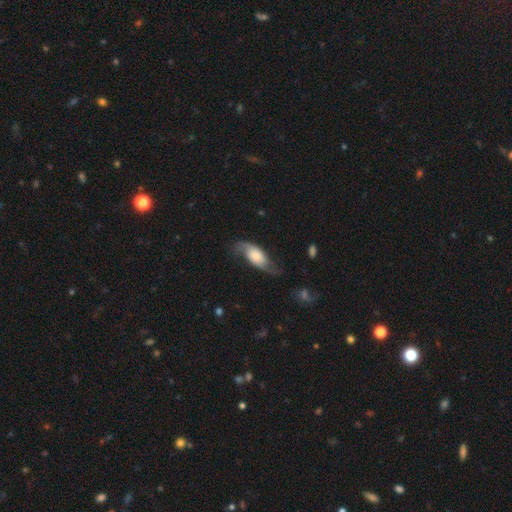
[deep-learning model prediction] Q: Smooth or featured?
A: featured or disk (62%); runner-up: smooth (32%)
Q: Edge-on disk?
A: no (90%); runner-up: yes (10%)
Q: Bar?
A: no (69%); runner-up: weak (23%)
Q: Spiral arms?
A: yes (90%); runner-up: no (10%)
Q: Spiral winding?
A: loose (71%); runner-up: medium (22%)
Q: Spiral arm count?
A: 2 (88%); runner-up: 1 (5%)
Q: Bulge size?
A: small (30%); runner-up: moderate (27%)
Q: Merging?
A: none (57%); runner-up: minor disturbance (25%)